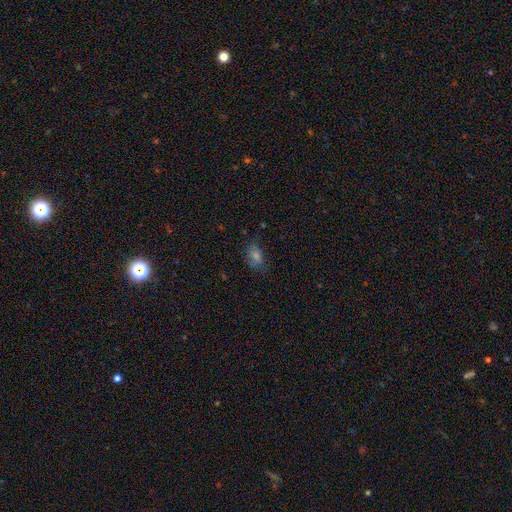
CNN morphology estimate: smooth-or-featured: smooth: 54% | star or artifact: 27% | featured or disk: 19%
  how-rounded: in between: 77% | round: 20% | cigar-shaped: 3%
  merging: none: 68% | minor disturbance: 21% | major disturbance: 8% | merger: 2%